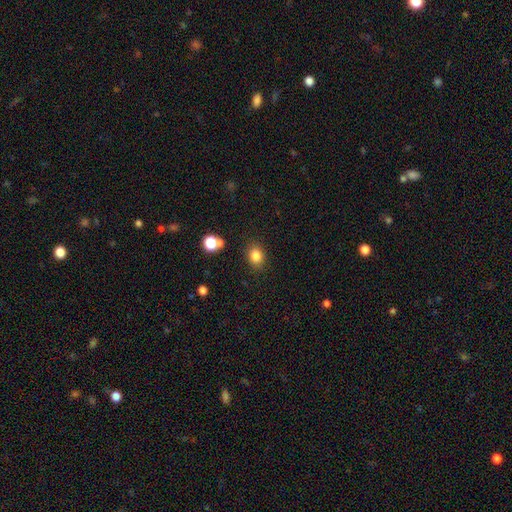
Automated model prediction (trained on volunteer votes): Smooth or featured? smooth (83%)
How rounded? round (52%)
Merging? none (84%)